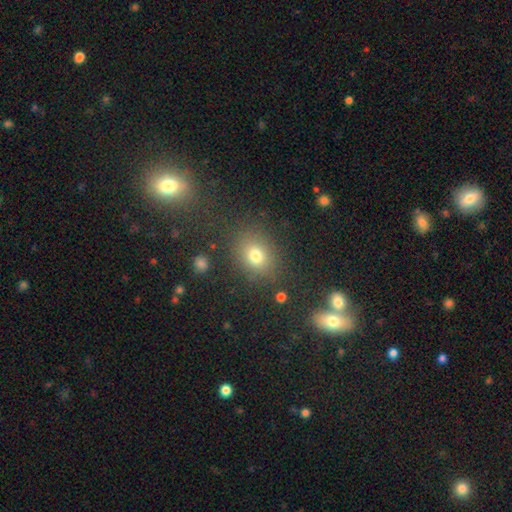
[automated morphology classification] Smooth or featured: smooth — 74% (star or artifact — 17%)
How rounded: round — 51% (in between — 47%)
Merging: none — 80% (minor disturbance — 11%)